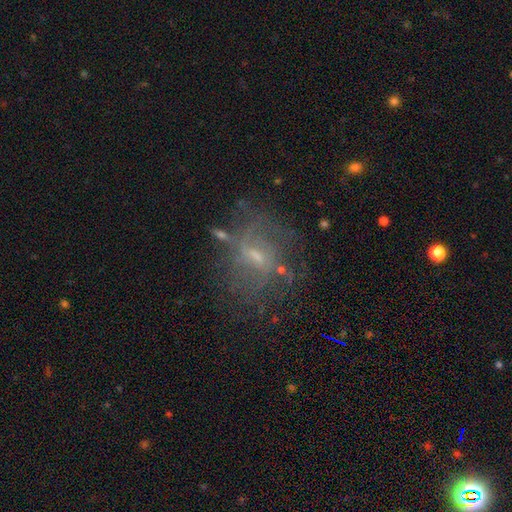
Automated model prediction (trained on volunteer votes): smooth_or_featured: featured or disk (p=0.63) [alt: smooth p=0.21]
disk_edge_on: no (p=0.95) [alt: yes p=0.05]
bar: weak (p=0.51) [alt: no p=0.37]
has_spiral_arms: yes (p=0.54) [alt: no p=0.46]
bulge_size: small (p=0.58) [alt: moderate p=0.27]
merging: none (p=0.55) [alt: major disturbance p=0.21]